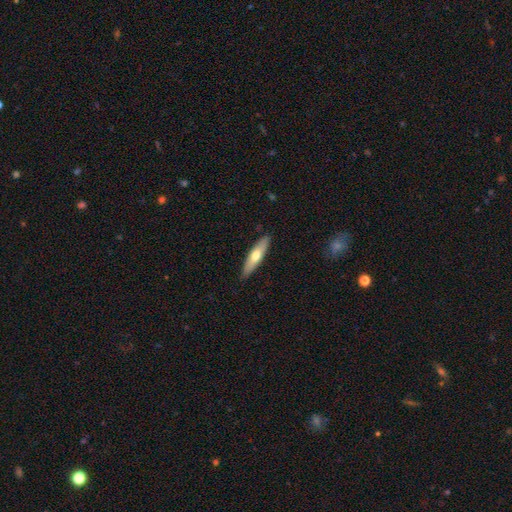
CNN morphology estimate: This appears to be a smooth galaxy with no disk features (57%) that is cigar-shaped (74%). Merging: none (87%).